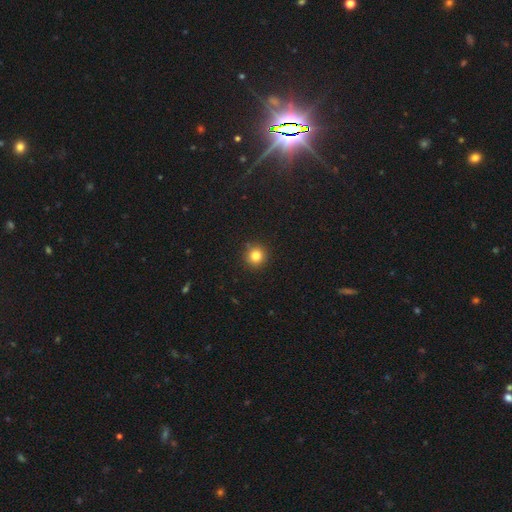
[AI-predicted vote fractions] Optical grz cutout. It shows a smooth galaxy with no disk features (82%) that is round (94%). Merging: none (91%).